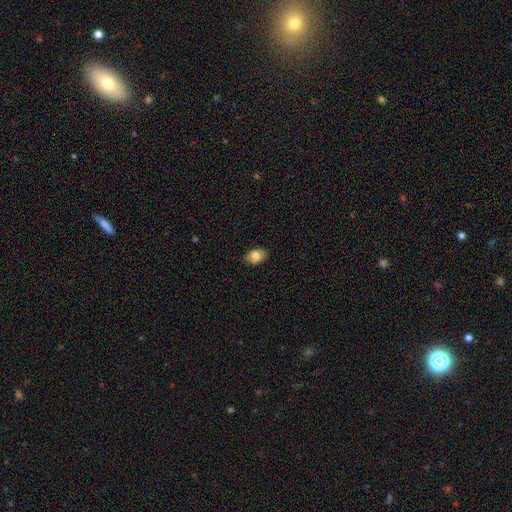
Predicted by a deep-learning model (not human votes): Smooth or featured?
  - smooth: 80% *
  - featured or disk: 12%
  - star or artifact: 8%
How rounded?
  - in between: 87% *
  - round: 12%
  - cigar-shaped: 1%
Merging?
  - none: 86% *
  - minor disturbance: 11%
  - major disturbance: 2%
  - merger: 1%